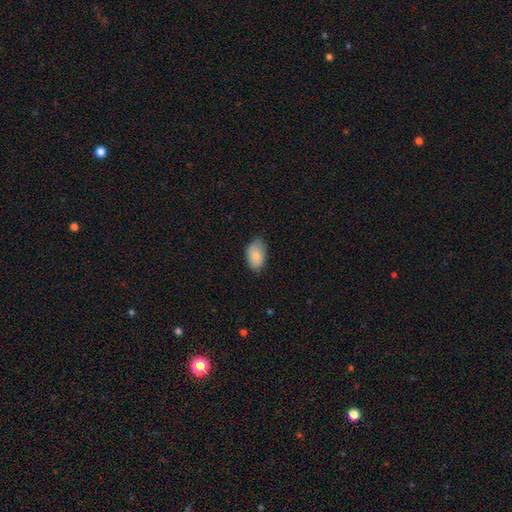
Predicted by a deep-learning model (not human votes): The model was most divided on "merging": none: 73%, minor disturbance: 22%, major disturbance: 4%, merger: 1%. More confident: how rounded — in between (92%); smooth or featured — smooth (85%).